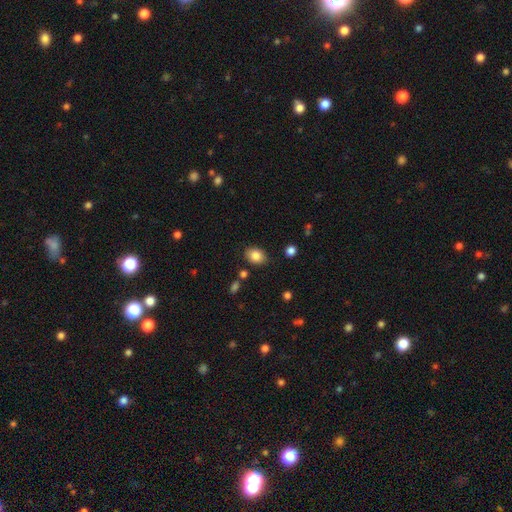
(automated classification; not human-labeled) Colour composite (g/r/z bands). It shows a smooth galaxy with no disk features (85%) that is in between round and cigar-shaped (70%). Merging: none (82%).